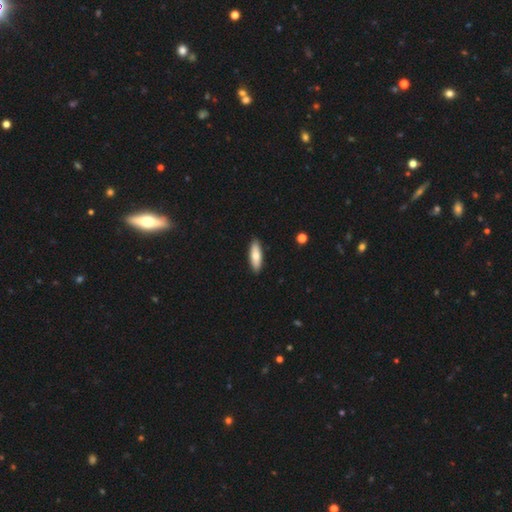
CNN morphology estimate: A smooth galaxy with no disk features (75%) that is in between round and cigar-shaped (53%). Merging: none (90%).